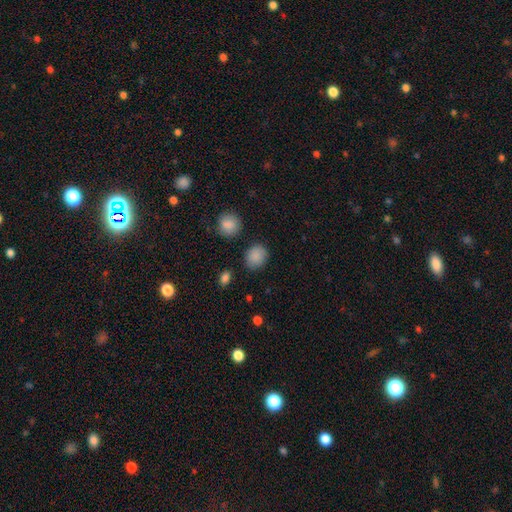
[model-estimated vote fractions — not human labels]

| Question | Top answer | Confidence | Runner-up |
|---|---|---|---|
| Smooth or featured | smooth | 87% | star or artifact (9%) |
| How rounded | round | 65% | in between (34%) |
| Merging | none | 81% | minor disturbance (13%) |